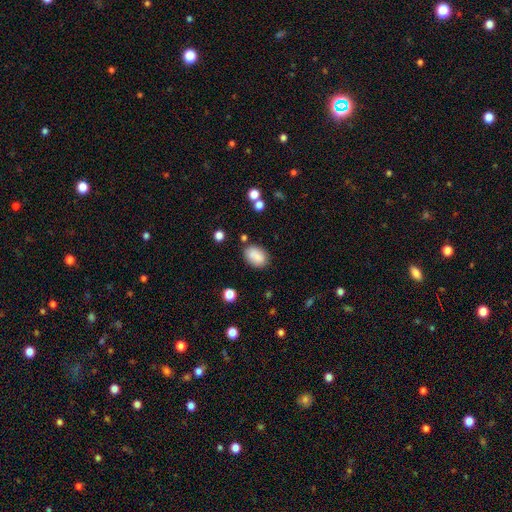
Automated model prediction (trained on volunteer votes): Smooth or featured? smooth (86%)
How rounded? in between (84%)
Merging? none (79%)